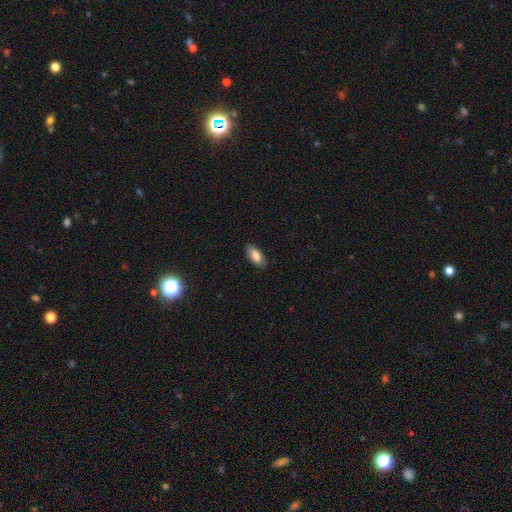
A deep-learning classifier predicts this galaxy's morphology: type=smooth (82%); roundness=in between (88%); merging=none (86%).